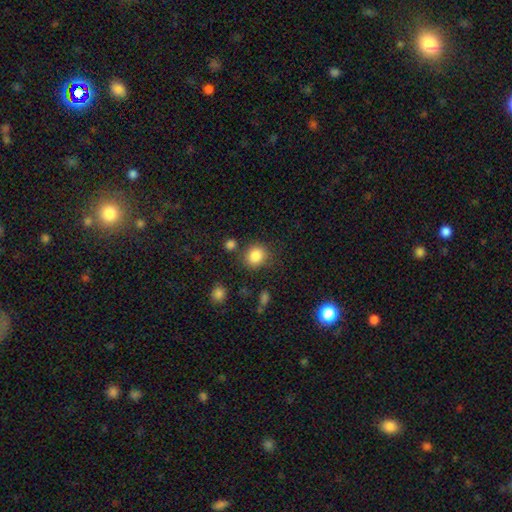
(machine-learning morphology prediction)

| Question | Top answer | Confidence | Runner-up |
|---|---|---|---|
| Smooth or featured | smooth | 85% | star or artifact (10%) |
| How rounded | round | 74% | in between (25%) |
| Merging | none | 78% | minor disturbance (12%) |